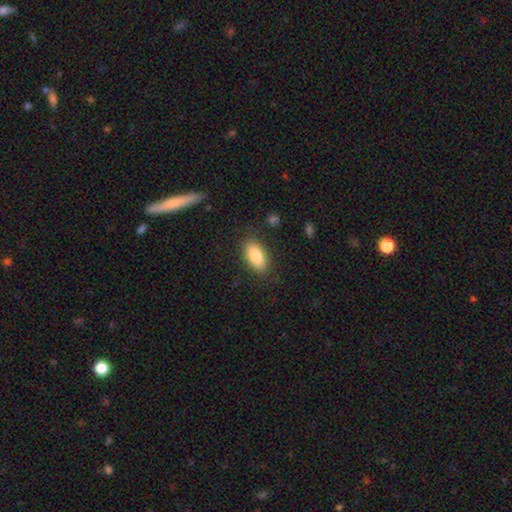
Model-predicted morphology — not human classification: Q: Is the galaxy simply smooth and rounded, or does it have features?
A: smooth — 85%.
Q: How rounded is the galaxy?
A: in between — 89%.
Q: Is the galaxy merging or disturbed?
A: none — 83%.